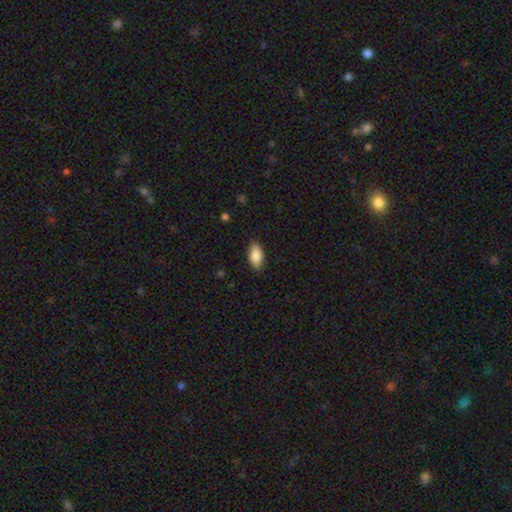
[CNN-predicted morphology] Smooth or featured?
  - smooth: 88% *
  - star or artifact: 6%
  - featured or disk: 6%
How rounded?
  - in between: 90% *
  - cigar-shaped: 8%
  - round: 2%
Merging?
  - none: 88% *
  - minor disturbance: 9%
  - major disturbance: 2%
  - merger: 1%